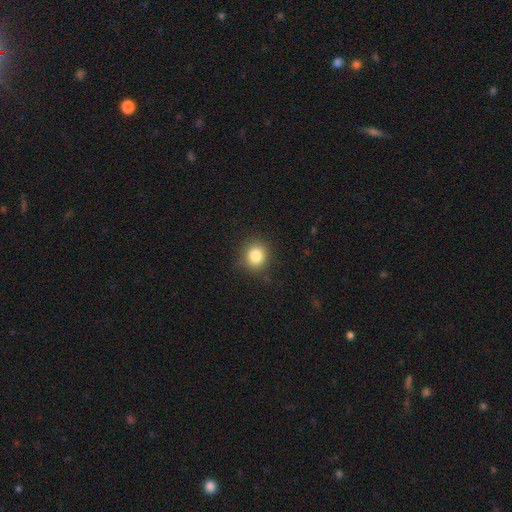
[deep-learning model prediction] Smooth or featured: smooth — 83% (star or artifact — 11%)
How rounded: round — 82% (in between — 17%)
Merging: none — 85% (minor disturbance — 11%)